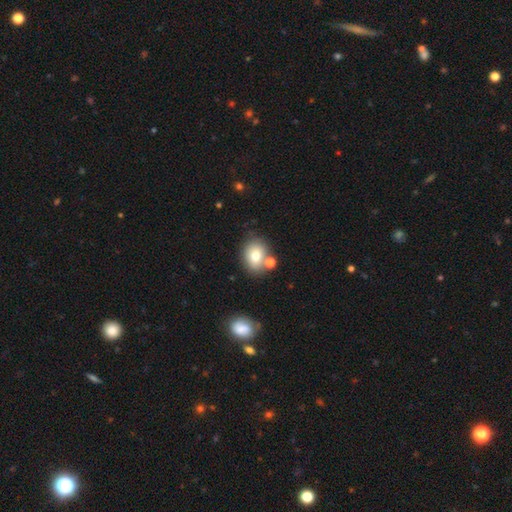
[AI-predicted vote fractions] smooth 74%, featured or disk 16%, star or artifact 10%. Down the decision tree: how rounded — in between (50%); merging — none (65%).